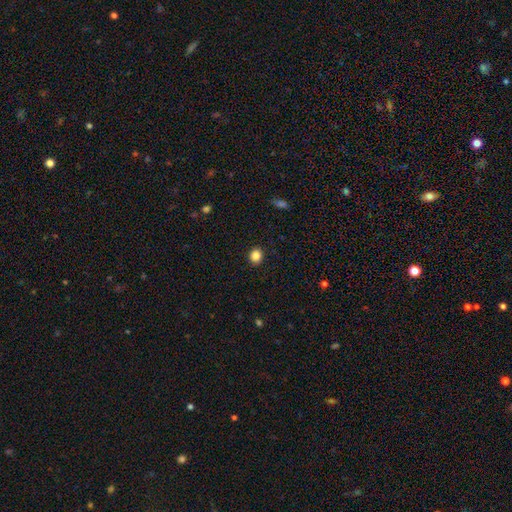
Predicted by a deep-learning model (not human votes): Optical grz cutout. It shows a smooth galaxy with no disk features (85%) that is round (76%). Merging: none (91%).